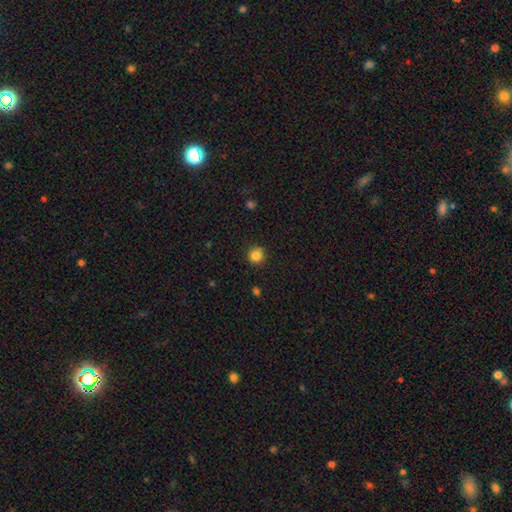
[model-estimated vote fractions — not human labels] Smooth or featured?
  - smooth: 85% *
  - star or artifact: 11%
  - featured or disk: 4%
How rounded?
  - round: 93% *
  - in between: 6%
  - cigar-shaped: 1%
Merging?
  - none: 89% *
  - minor disturbance: 7%
  - major disturbance: 2%
  - merger: 1%